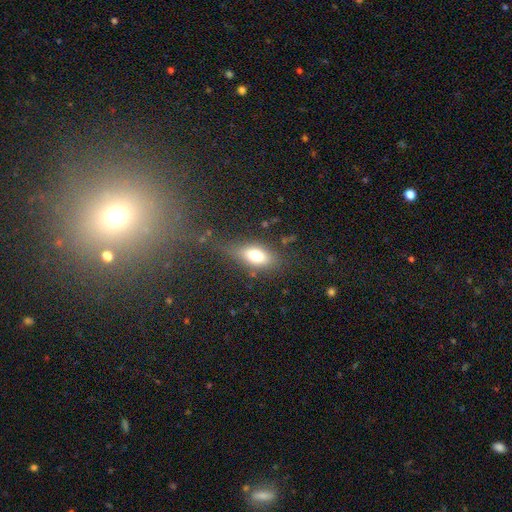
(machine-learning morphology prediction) Smooth or featured: smooth — 73% (featured or disk — 18%)
How rounded: in between — 82% (cigar-shaped — 11%)
Merging: none — 62% (minor disturbance — 22%)